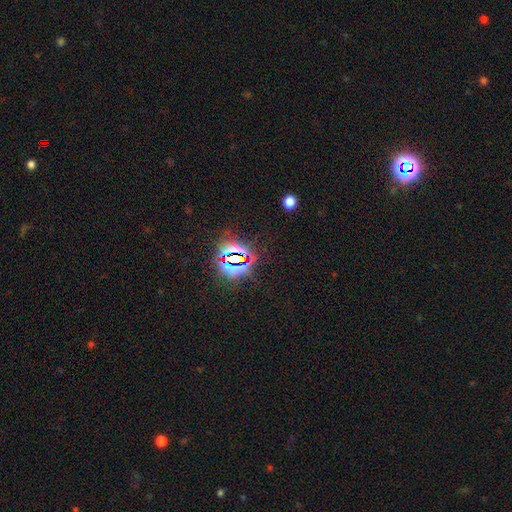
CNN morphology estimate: smooth-or-featured: star or artifact: 83% | smooth: 10% | featured or disk: 7%